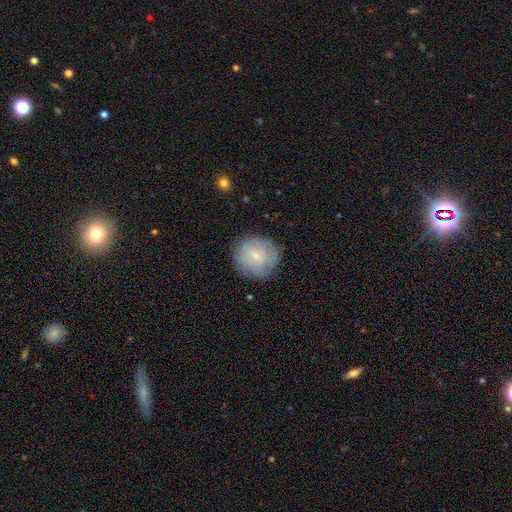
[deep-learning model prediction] The model was most divided on "smooth or featured": smooth: 61%, featured or disk: 31%, star or artifact: 8%. More confident: how rounded — round (88%); merging — none (80%).